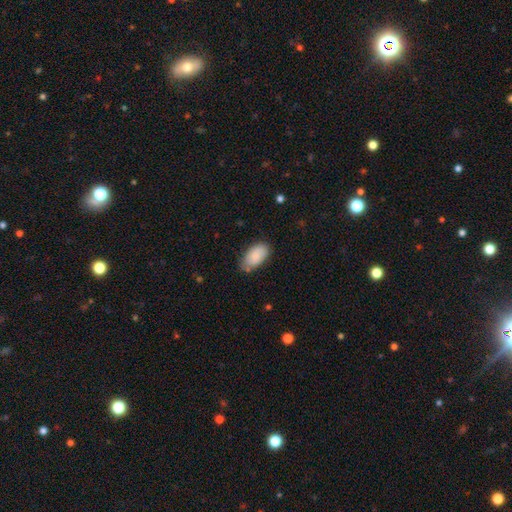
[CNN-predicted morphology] Q: Smooth or featured?
A: smooth (86%); runner-up: featured or disk (8%)
Q: How rounded?
A: in between (95%); runner-up: round (3%)
Q: Merging?
A: none (70%); runner-up: minor disturbance (23%)